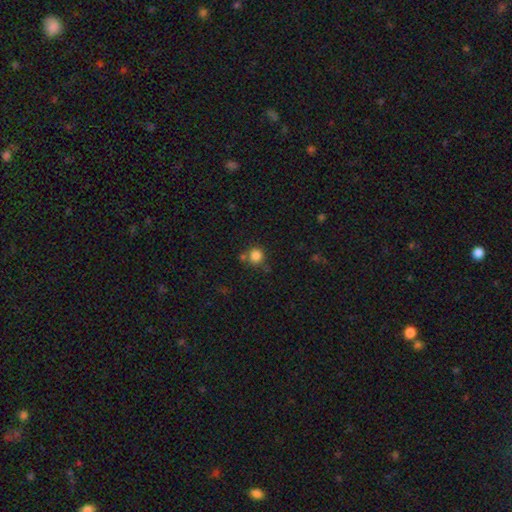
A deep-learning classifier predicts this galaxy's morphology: Smooth or featured? Predicted: smooth (p=0.84). How rounded? Predicted: round (p=0.93). Merging? Predicted: none (p=0.71).